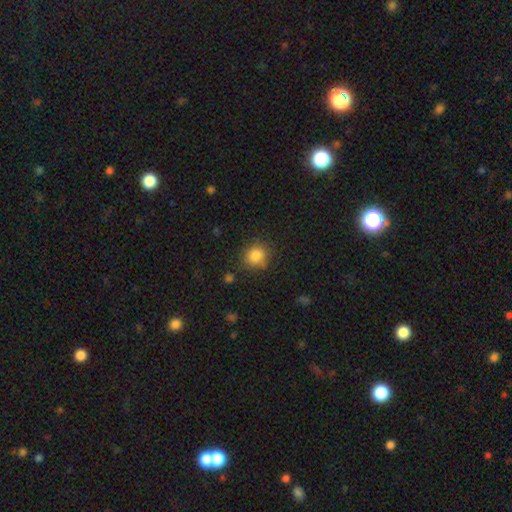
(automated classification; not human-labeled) Overall: smooth (84%). How rounded: round (85%). Merging: none (83%).